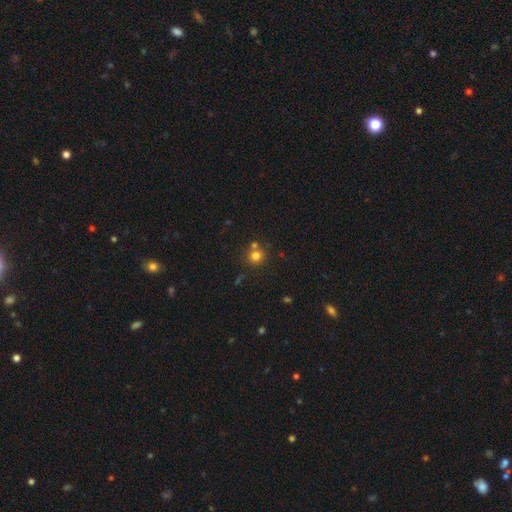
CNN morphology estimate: smooth 77%, star or artifact 15%, featured or disk 8%. Down the decision tree: how rounded — round (89%); merging — none (65%).